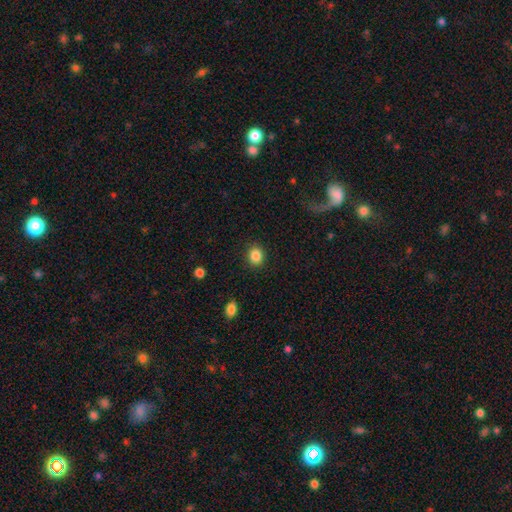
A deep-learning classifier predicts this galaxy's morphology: Smooth or featured? Predicted: smooth (p=0.86). How rounded? Predicted: round (p=0.75). Merging? Predicted: none (p=0.90).